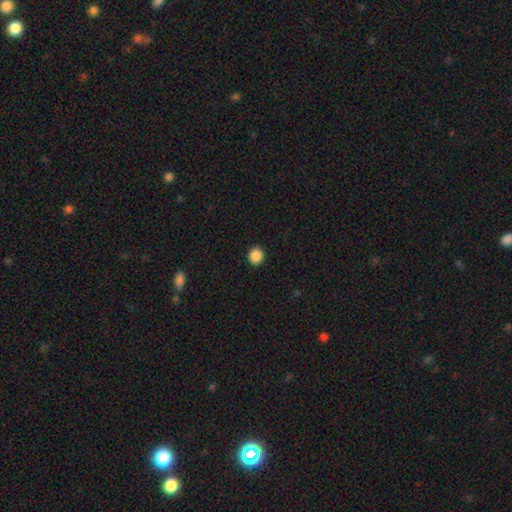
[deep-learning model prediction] Smooth or featured? smooth (88%)
How rounded? round (77%)
Merging? none (92%)